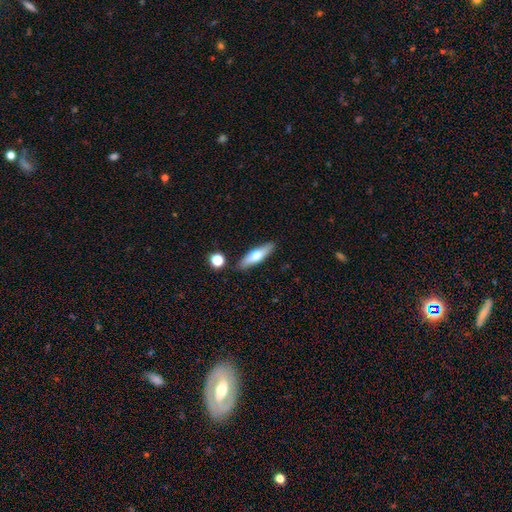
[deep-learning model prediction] Smooth or featured? smooth (52%)
How rounded? cigar-shaped (62%)
Merging? none (86%)